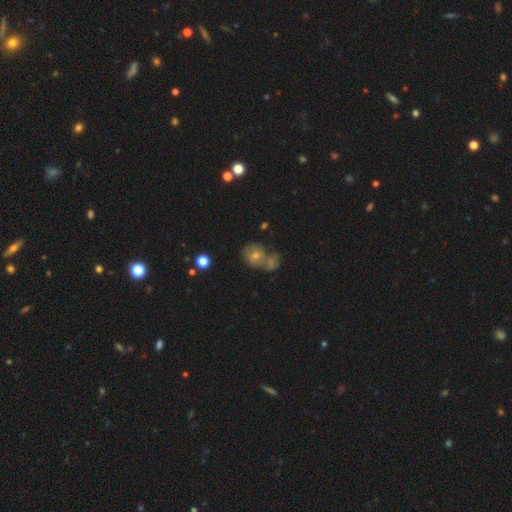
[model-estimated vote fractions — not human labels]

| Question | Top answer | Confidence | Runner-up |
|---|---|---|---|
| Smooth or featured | smooth | 56% | featured or disk (28%) |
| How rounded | round | 60% | in between (39%) |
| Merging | merger | 48% | none (36%) |